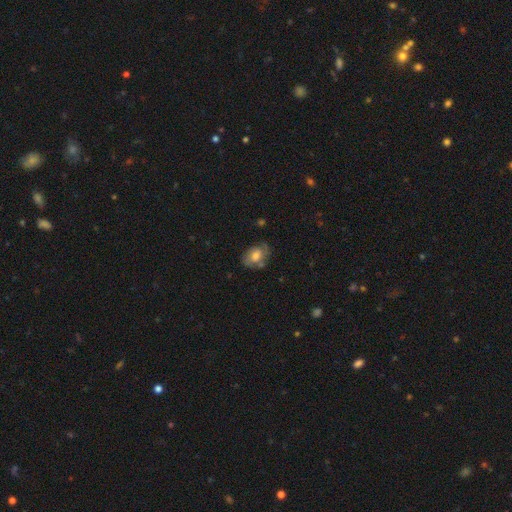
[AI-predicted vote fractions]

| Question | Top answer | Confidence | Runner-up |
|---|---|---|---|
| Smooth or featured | smooth | 46% | featured or disk (45%) |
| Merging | none | 62% | minor disturbance (25%) |